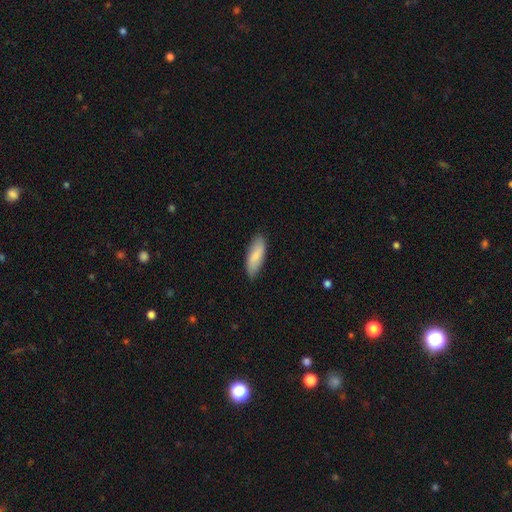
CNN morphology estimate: Smooth or featured? Predicted: smooth (p=0.82). How rounded? Predicted: in between (p=0.64). Merging? Predicted: none (p=0.83).